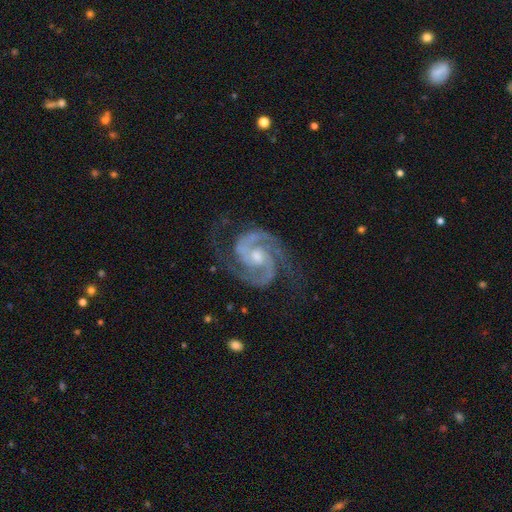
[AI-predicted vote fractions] A featured or disk galaxy (94%) with no bar (57%), 2 (91%) medium (52%) spiral arms (99%) and a moderate central bulge (55%). Merging: none (75%).